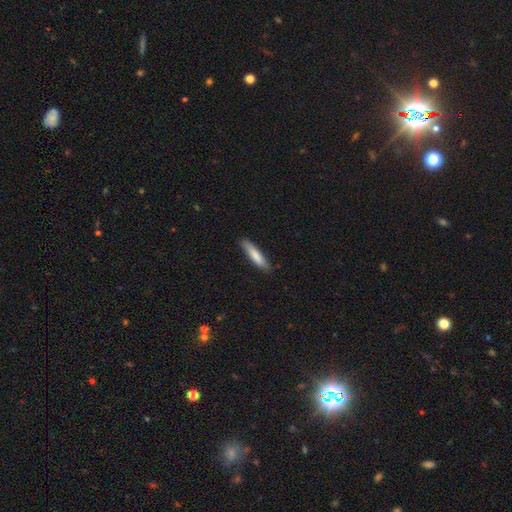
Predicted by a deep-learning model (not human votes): Smooth or featured: smooth — 81% (featured or disk — 14%)
How rounded: cigar-shaped — 84% (in between — 15%)
Merging: none — 85% (minor disturbance — 12%)